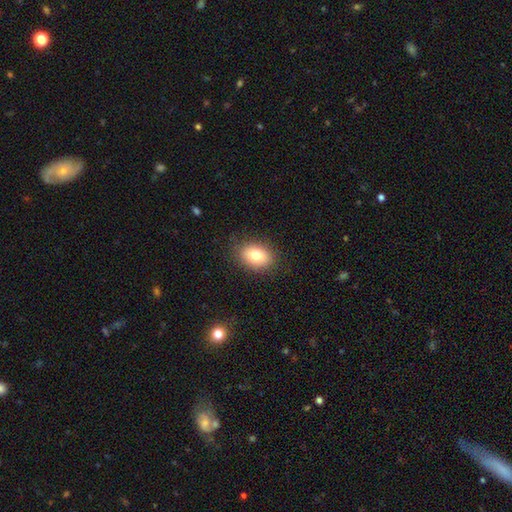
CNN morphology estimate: Q: Smooth or featured?
A: smooth (80%); runner-up: featured or disk (11%)
Q: How rounded?
A: in between (75%); runner-up: round (24%)
Q: Merging?
A: none (85%); runner-up: minor disturbance (11%)